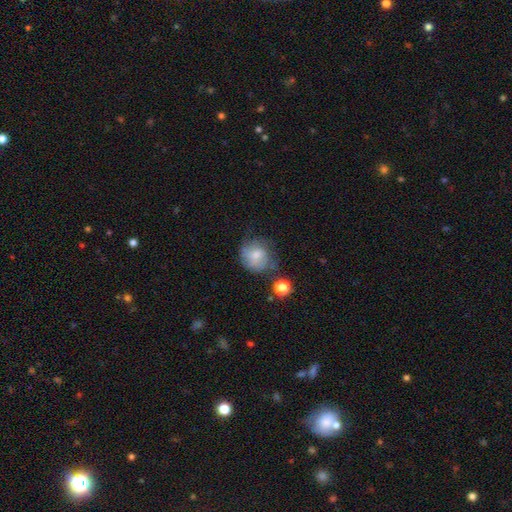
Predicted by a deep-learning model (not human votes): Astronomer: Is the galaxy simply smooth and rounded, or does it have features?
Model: smooth — 64%.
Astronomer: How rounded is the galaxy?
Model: round — 82%.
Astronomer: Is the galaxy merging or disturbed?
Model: none — 49% (runner-up: minor disturbance, 28%).